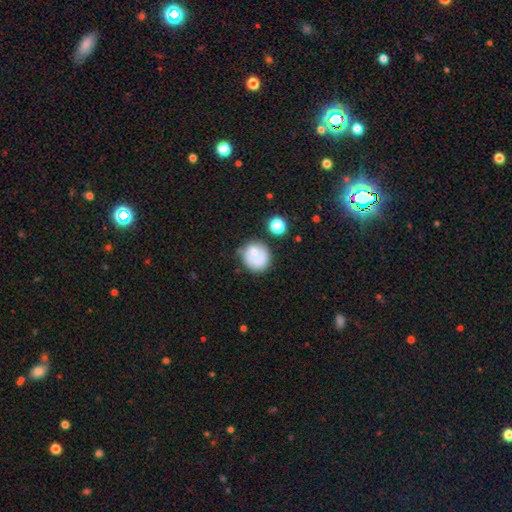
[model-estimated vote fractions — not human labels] Q: Smooth or featured?
A: smooth (62%); runner-up: featured or disk (29%)
Q: How rounded?
A: round (86%); runner-up: in between (13%)
Q: Merging?
A: none (61%); runner-up: minor disturbance (20%)